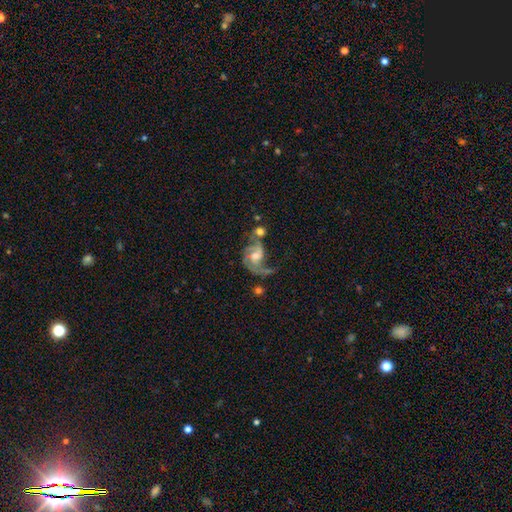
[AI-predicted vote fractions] A featured or disk galaxy (81%) with no bar (50%), 2 (65%) medium (42%, tied with loose) spiral arms (93%) and a moderate central bulge (61%).

Vote fractions:
- Smooth or featured? featured or disk: 81% / smooth: 12% / star or artifact: 8%
- Edge-on disk? no: 97% / yes: 3%
- Bar? no: 50% / weak: 40% / strong: 10%
- Spiral arms? yes: 93% / no: 7%
- Spiral winding? medium: 42% (tied) / loose: 42% (tied) / tight: 16%
- Spiral arm count? 2: 65% / 1: 17% / can't tell: 8% / 3: 6% / 4: 2% / more than 4: 2%
- Bulge size? moderate: 61% / small: 26% / large: 7% / none: 4% / dominant: 1%
- Merging? none: 33% / major disturbance: 27% / merger: 24% / minor disturbance: 16%